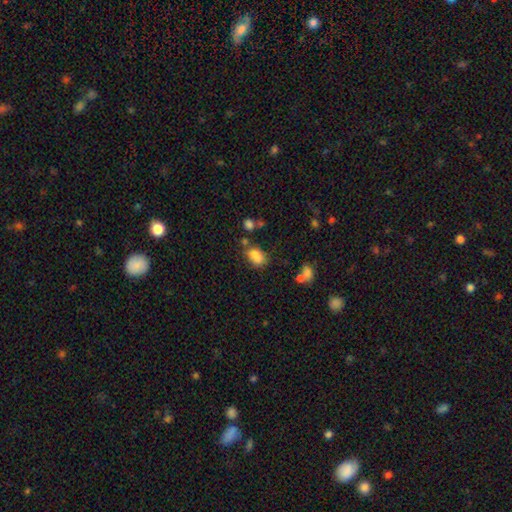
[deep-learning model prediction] A smooth galaxy with no disk features (75%) that is in between round and cigar-shaped (74%).

Vote fractions:
- Smooth or featured? smooth: 75% / featured or disk: 13% / star or artifact: 12%
- How rounded? in between: 74% / round: 24% / cigar-shaped: 2%
- Merging? none: 40% / merger: 36% / minor disturbance: 17% / major disturbance: 7%